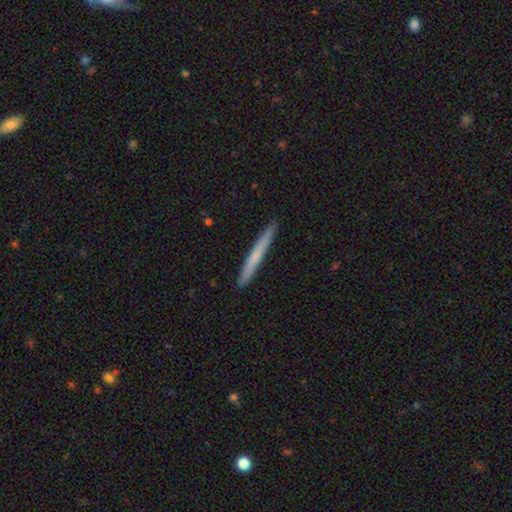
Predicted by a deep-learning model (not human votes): Smooth or featured? smooth (61%)
How rounded? cigar-shaped (97%)
Merging? none (92%)